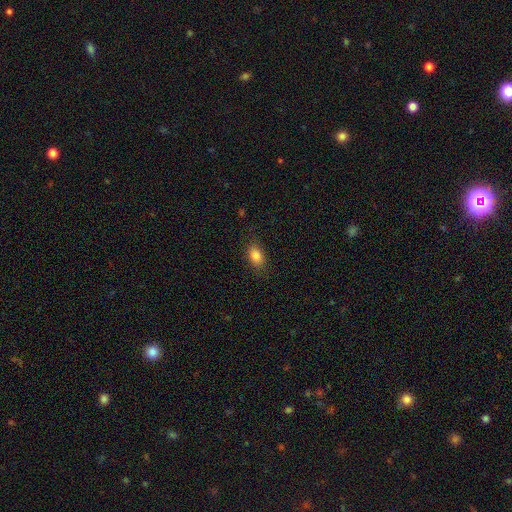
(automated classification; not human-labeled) The model was most divided on "merging": none: 83%, minor disturbance: 13%, major disturbance: 4%, merger: 1%. More confident: how rounded — in between (85%); smooth or featured — smooth (85%).